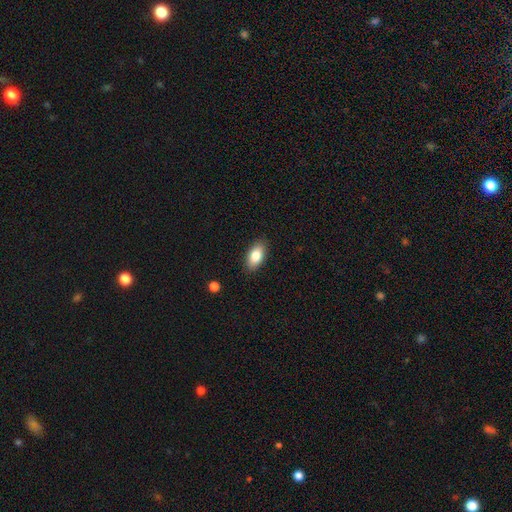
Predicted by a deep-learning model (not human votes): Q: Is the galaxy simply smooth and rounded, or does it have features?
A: smooth — 81%.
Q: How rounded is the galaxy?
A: in between — 92%.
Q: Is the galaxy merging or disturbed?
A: none — 88%.